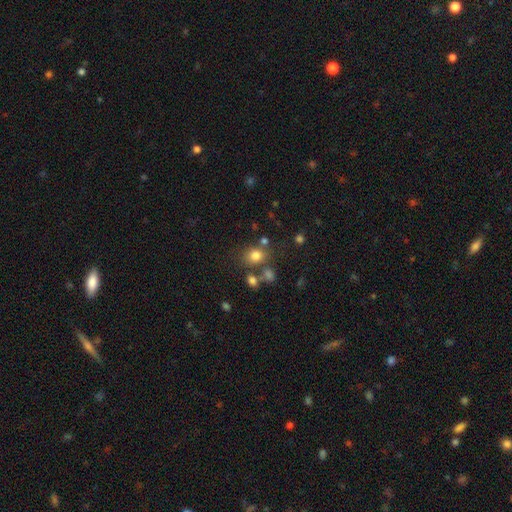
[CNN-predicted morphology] smooth-or-featured: smooth: 77% | star or artifact: 14% | featured or disk: 9%
  how-rounded: round: 62% | in between: 37% | cigar-shaped: 1%
  merging: none: 67% | merger: 15% | minor disturbance: 13% | major disturbance: 6%